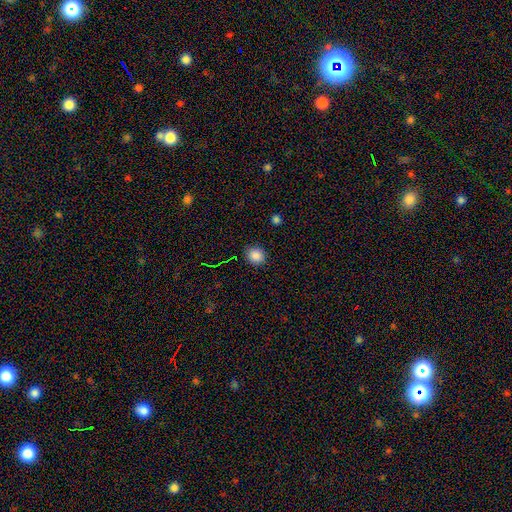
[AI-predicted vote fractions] Smooth or featured: smooth — 86% (star or artifact — 10%)
How rounded: round — 70% (in between — 29%)
Merging: none — 88% (minor disturbance — 9%)